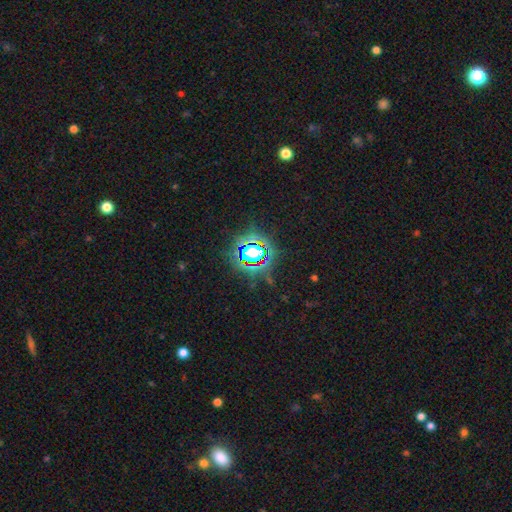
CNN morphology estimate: The model was most divided on "smooth or featured": star or artifact: 74%, smooth: 17%, featured or disk: 10%.